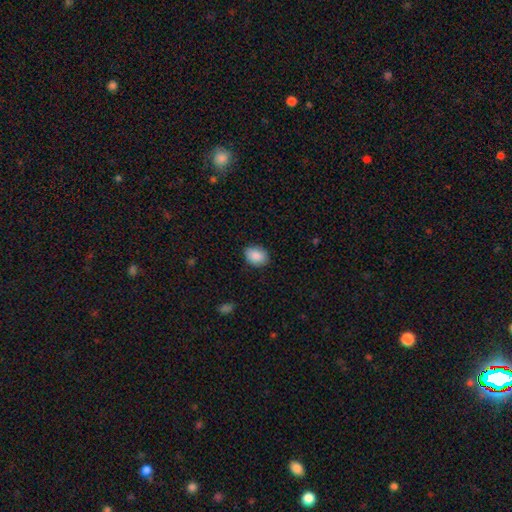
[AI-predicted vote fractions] A smooth galaxy with no disk features (89%) that is in between round and cigar-shaped (67%). Merging: none (84%).